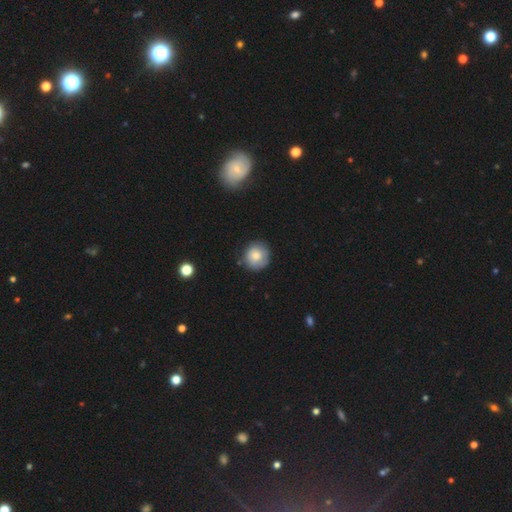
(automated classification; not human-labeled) smooth_or_featured: smooth (p=0.74) [alt: featured or disk p=0.17]
how_rounded: round (p=0.90) [alt: in between p=0.09]
merging: none (p=0.78) [alt: minor disturbance p=0.16]